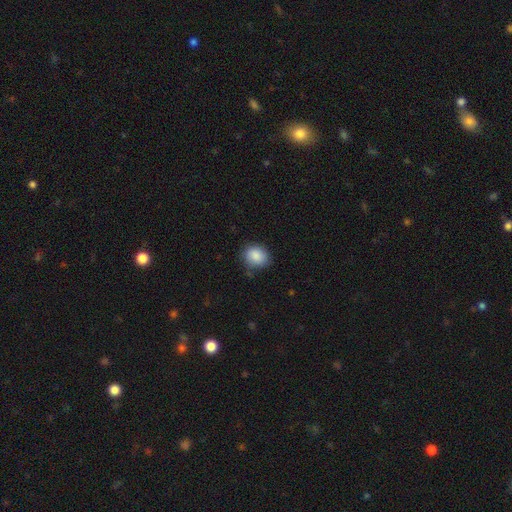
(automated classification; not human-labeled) smooth_or_featured: smooth (p=0.88) [alt: star or artifact p=0.08]
how_rounded: round (p=0.59) [alt: in between p=0.40]
merging: none (p=0.76) [alt: minor disturbance p=0.18]